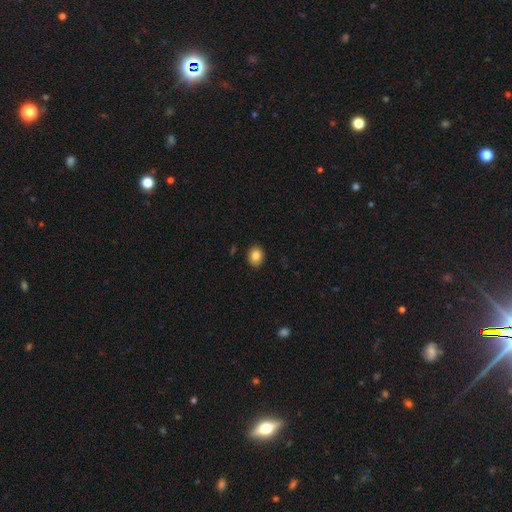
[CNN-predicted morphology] smooth-or-featured: smooth: 83% | star or artifact: 9% | featured or disk: 8%
  how-rounded: round: 59% | in between: 40% | cigar-shaped: 1%
  merging: none: 90% | minor disturbance: 7% | major disturbance: 2% | merger: 1%